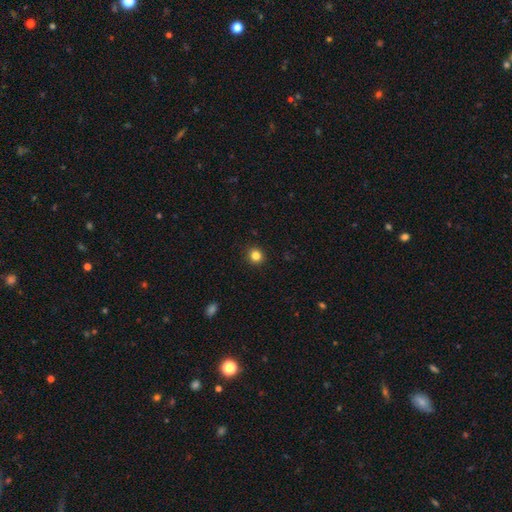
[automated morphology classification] Q: Smooth or featured?
A: smooth (83%); runner-up: star or artifact (12%)
Q: How rounded?
A: round (89%); runner-up: in between (10%)
Q: Merging?
A: none (92%); runner-up: minor disturbance (5%)